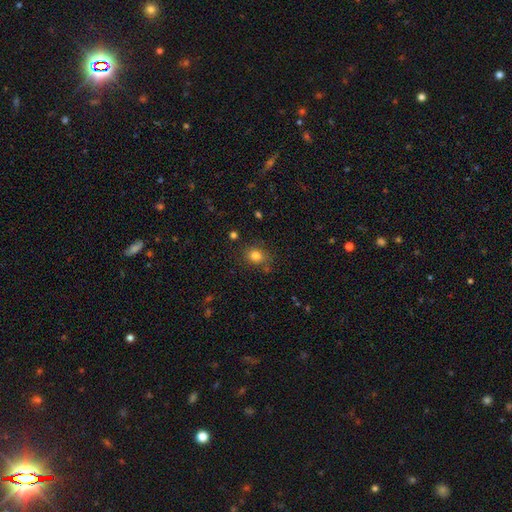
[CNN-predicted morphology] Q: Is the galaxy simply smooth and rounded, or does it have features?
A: smooth — 80%.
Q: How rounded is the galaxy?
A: round — 68%.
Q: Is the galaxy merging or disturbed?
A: none — 80%.